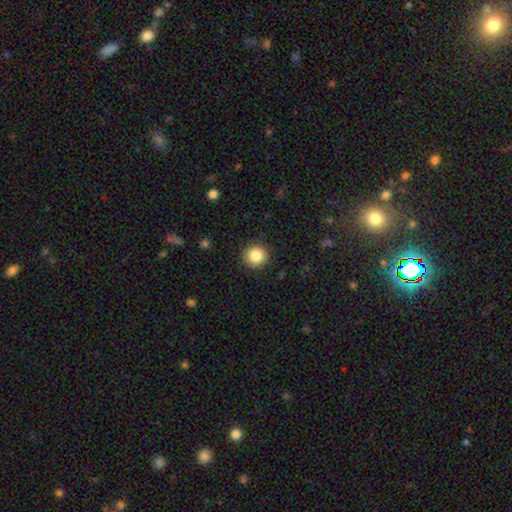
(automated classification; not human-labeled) This is clearly a smooth galaxy (85%). How rounded: clearly round (94%). Merging: clearly none (91%).